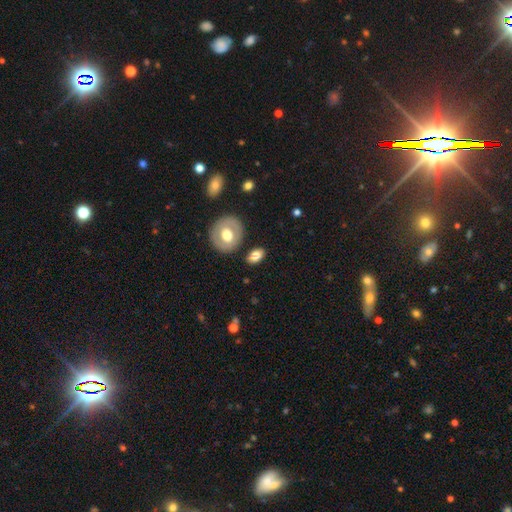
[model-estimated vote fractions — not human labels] smooth-or-featured: smooth: 76% | featured or disk: 17% | star or artifact: 7%
  how-rounded: in between: 83% | round: 14% | cigar-shaped: 2%
  merging: none: 83% | minor disturbance: 10% | merger: 4% | major disturbance: 3%